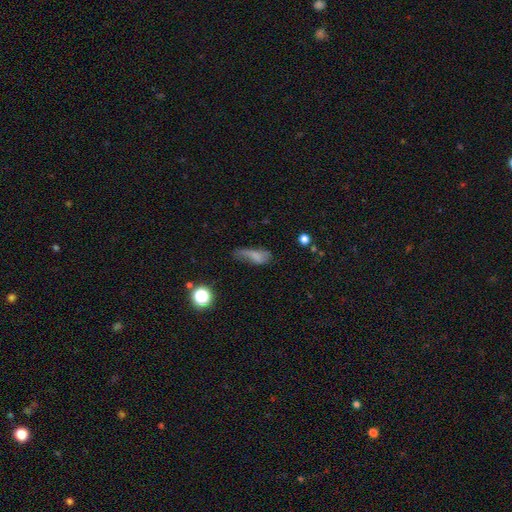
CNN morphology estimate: A smooth galaxy with no disk features (61%) that is in between round and cigar-shaped (70%).

Vote fractions:
- Smooth or featured? smooth: 61% / featured or disk: 26% / star or artifact: 13%
- How rounded? in between: 70% / cigar-shaped: 24% / round: 5%
- Merging? major disturbance: 34% / minor disturbance: 32% / none: 28% / merger: 6%